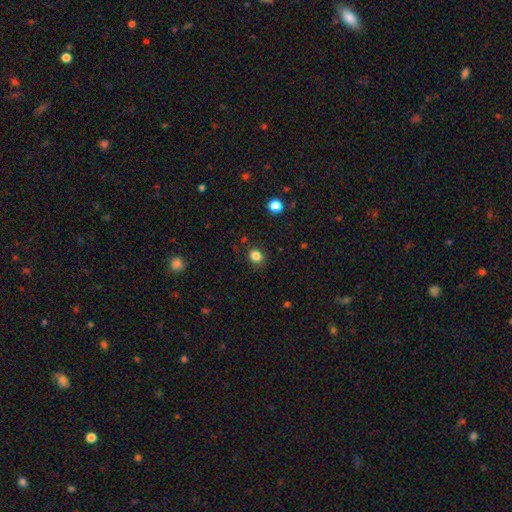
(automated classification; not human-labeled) This appears to be a smooth galaxy with no disk features (83%) that is round (71%). Merging: none (85%).